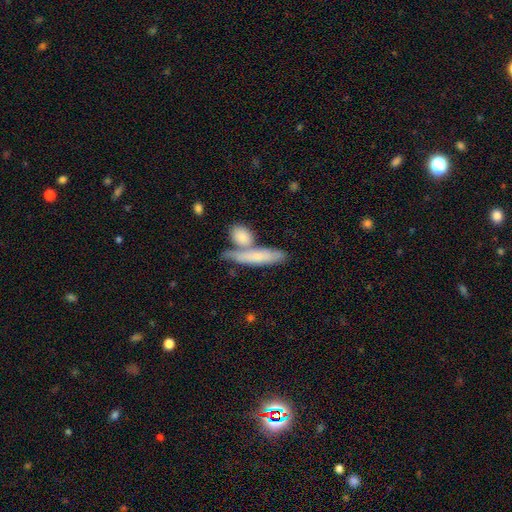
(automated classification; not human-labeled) Overall: smooth (64%; featured or disk 30%). How rounded: cigar-shaped (76%). Merging: none (53%; merger 29%).